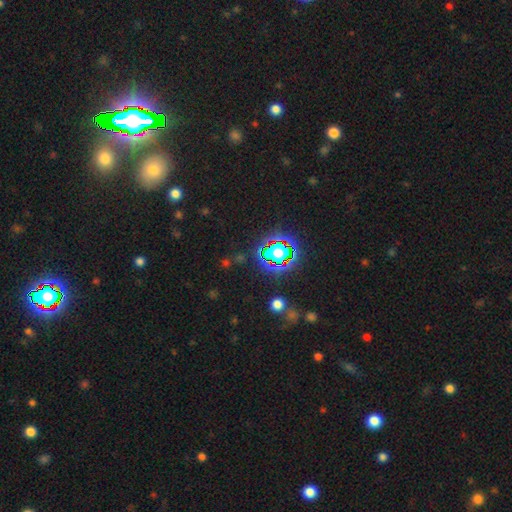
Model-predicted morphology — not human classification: A star or artifact, not a galaxy (81%).

Vote fractions:
- Smooth or featured? star or artifact: 81% / smooth: 11% / featured or disk: 8%